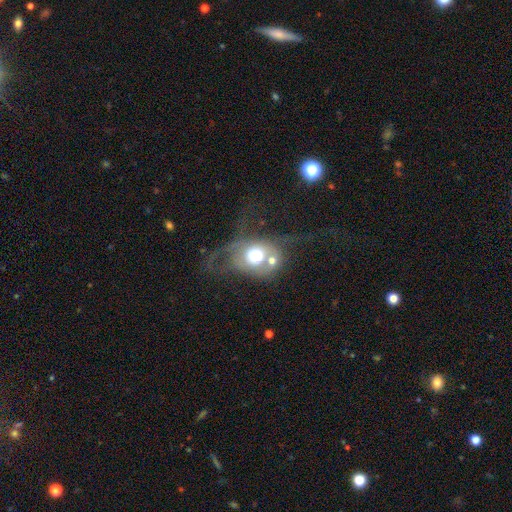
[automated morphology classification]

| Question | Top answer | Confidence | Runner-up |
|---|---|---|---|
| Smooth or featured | featured or disk | 48% | smooth (41%) |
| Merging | major disturbance | 34% | merger (31%) |